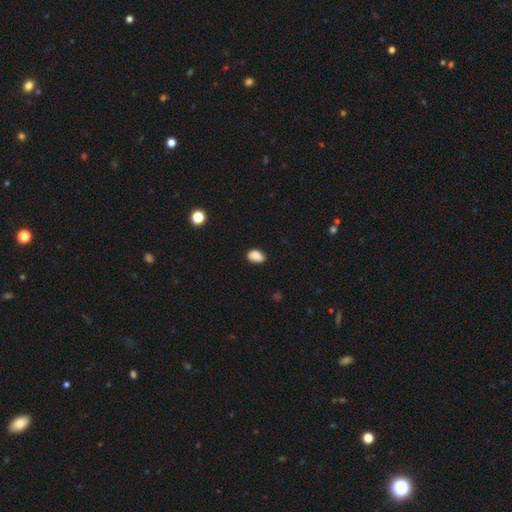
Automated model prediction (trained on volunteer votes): Smooth or featured?
  - smooth: 88% *
  - star or artifact: 9%
  - featured or disk: 3%
How rounded?
  - in between: 85% *
  - round: 13%
  - cigar-shaped: 1%
Merging?
  - none: 81% *
  - minor disturbance: 15%
  - major disturbance: 3%
  - merger: 1%